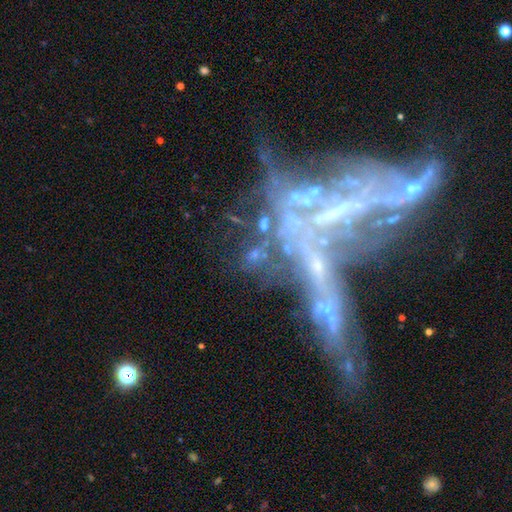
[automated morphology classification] This is possibly a featured or disk galaxy (51%). It is clearly not viewed edge-on (86%). Merging: possibly none (45%).